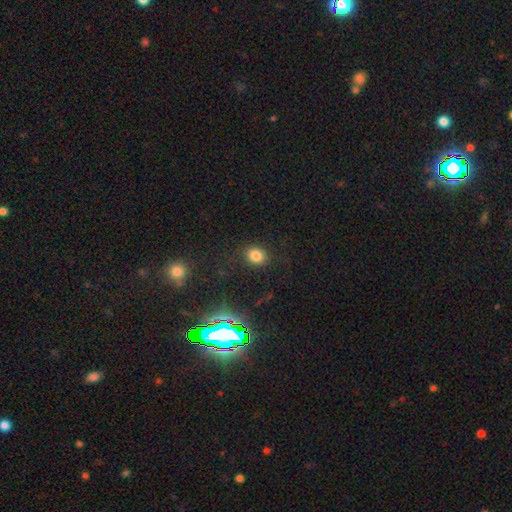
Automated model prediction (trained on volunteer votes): smooth 78%, star or artifact 15%, featured or disk 7%. Down the decision tree: how rounded — round (54%); merging — none (82%).